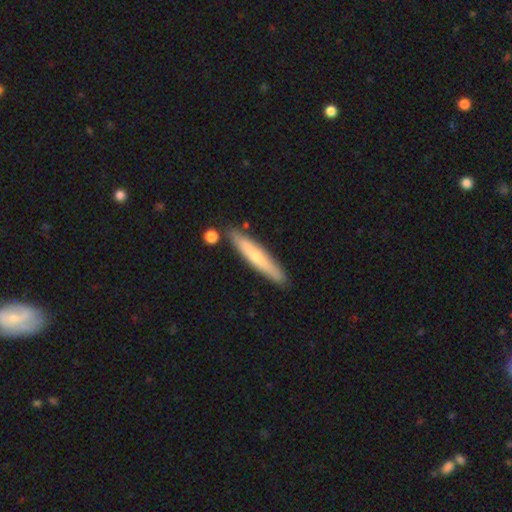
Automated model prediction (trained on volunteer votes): Q: Smooth or featured?
A: smooth (56%); runner-up: featured or disk (38%)
Q: How rounded?
A: cigar-shaped (93%); runner-up: in between (6%)
Q: Merging?
A: none (84%); runner-up: minor disturbance (10%)